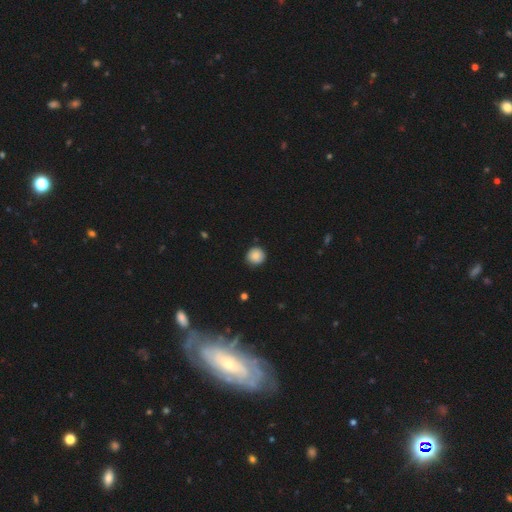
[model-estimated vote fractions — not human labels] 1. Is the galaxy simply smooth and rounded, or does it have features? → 86% smooth, 9% star or artifact, 5% featured or disk.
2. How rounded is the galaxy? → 94% round, 6% in between, 1% cigar-shaped.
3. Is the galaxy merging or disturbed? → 88% none, 9% minor disturbance, 2% major disturbance, 1% merger.